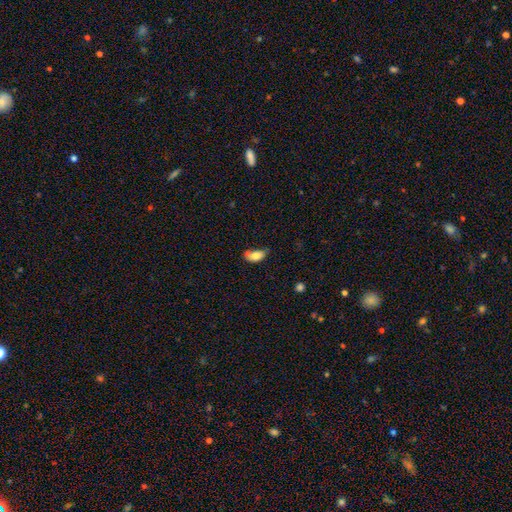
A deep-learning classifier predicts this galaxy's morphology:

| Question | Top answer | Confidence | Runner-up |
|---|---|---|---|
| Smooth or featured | smooth | 78% | featured or disk (14%) |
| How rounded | in between | 91% | round (5%) |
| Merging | minor disturbance | 40% | tied: none (40%) |